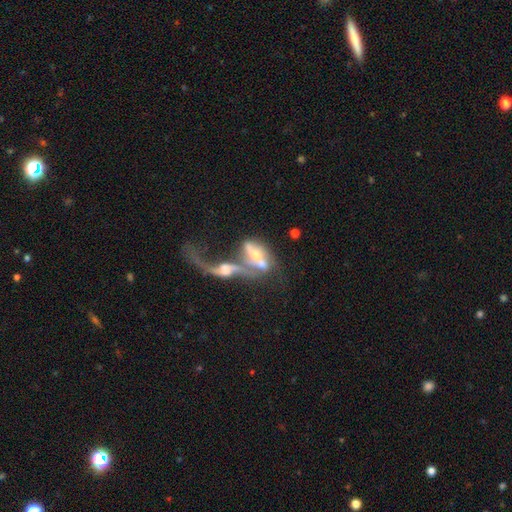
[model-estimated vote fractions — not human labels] A featured or disk galaxy (65%).

Vote fractions:
- Smooth or featured? featured or disk: 65% / smooth: 26% / star or artifact: 9%
- Edge-on disk? no: 72% / yes: 28%
- Merging? merger: 70% / major disturbance: 12% / none: 12% / minor disturbance: 6%